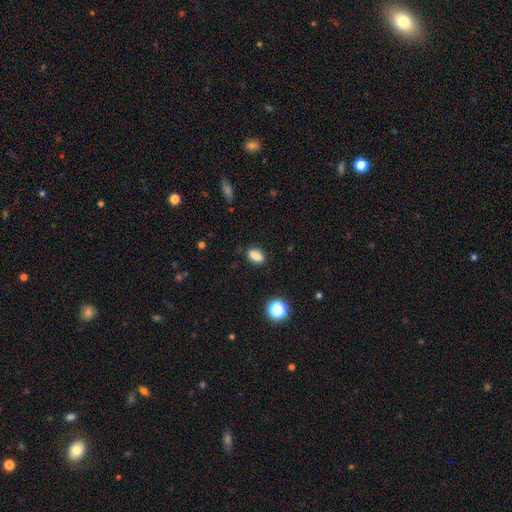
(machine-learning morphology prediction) smooth 84%, star or artifact 11%, featured or disk 5%. Down the decision tree: how rounded — in between (83%); merging — none (85%).